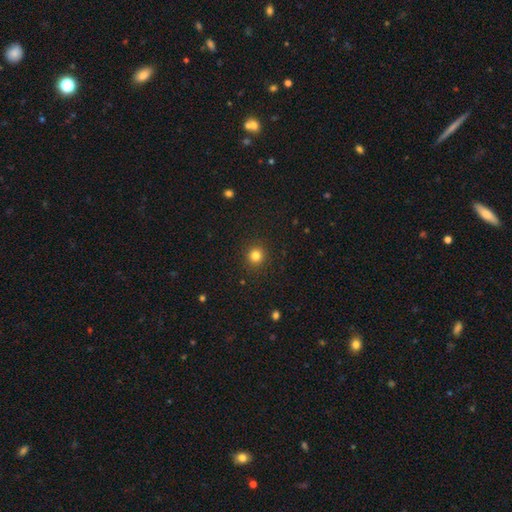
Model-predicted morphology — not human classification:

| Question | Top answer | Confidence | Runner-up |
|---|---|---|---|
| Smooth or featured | smooth | 82% | star or artifact (13%) |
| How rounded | round | 92% | in between (7%) |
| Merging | none | 91% | minor disturbance (6%) |